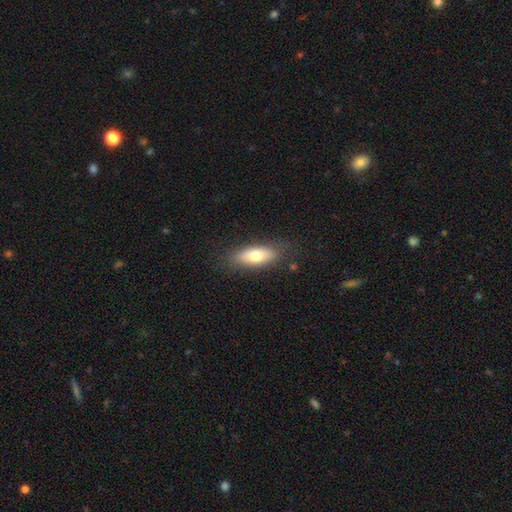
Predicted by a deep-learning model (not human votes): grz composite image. It shows a smooth galaxy with no disk features (71%) that is in between round and cigar-shaped (71%). Merging: none (83%).